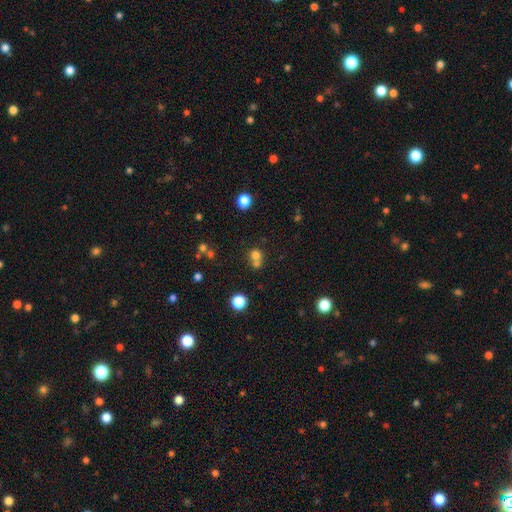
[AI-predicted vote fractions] Smooth or featured? Predicted: smooth (p=0.72). How rounded? Predicted: round (p=0.85). Merging? Predicted: merger (p=0.47).